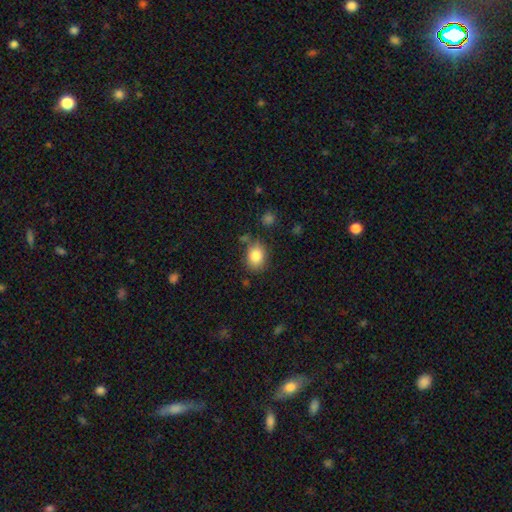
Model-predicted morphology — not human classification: The model was most divided on "how rounded": in between: 60%, round: 39%, cigar-shaped: 1%. More confident: smooth or featured — smooth (84%); merging — none (76%).